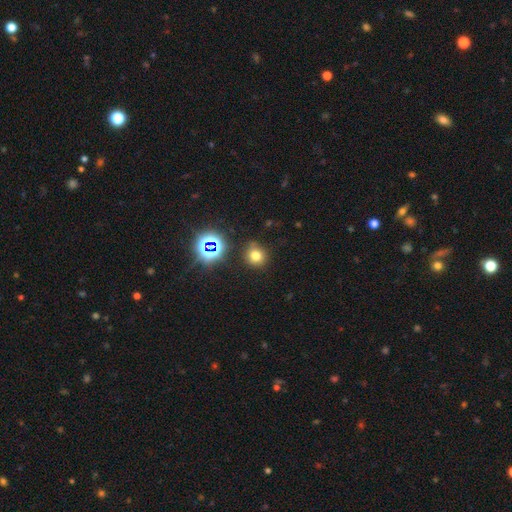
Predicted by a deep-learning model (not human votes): smooth 70%, star or artifact 22%, featured or disk 8%. Down the decision tree: how rounded — round (84%); merging — none (80%).